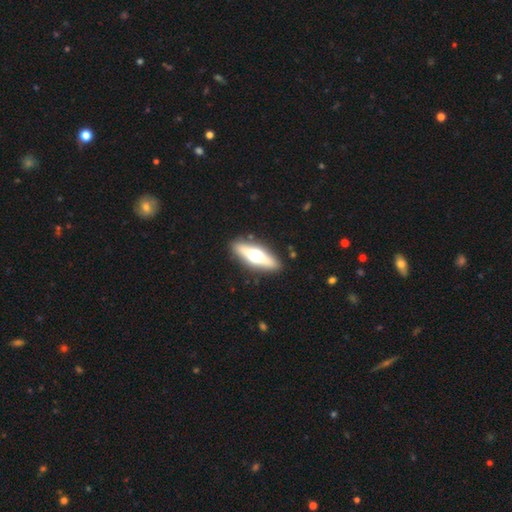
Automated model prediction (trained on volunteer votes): featured or disk 57%, smooth 37%, star or artifact 6%. Down the decision tree: edge-on disk — yes (90%); edge-on bulge — rounded (95%); merging — none (89%).